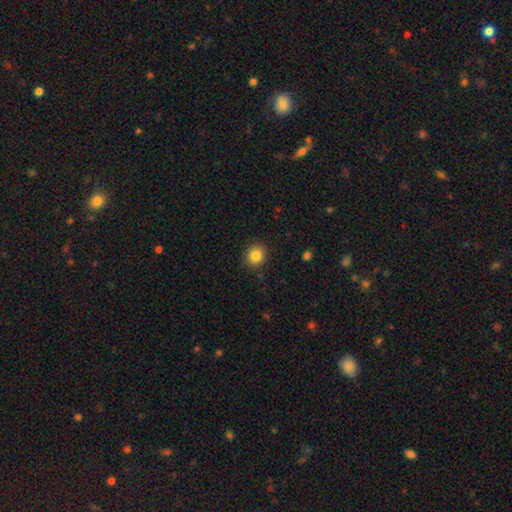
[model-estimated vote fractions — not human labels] The model was most divided on "how rounded": round: 79%, in between: 20%, cigar-shaped: 1%. More confident: merging — none (89%); smooth or featured — smooth (85%).